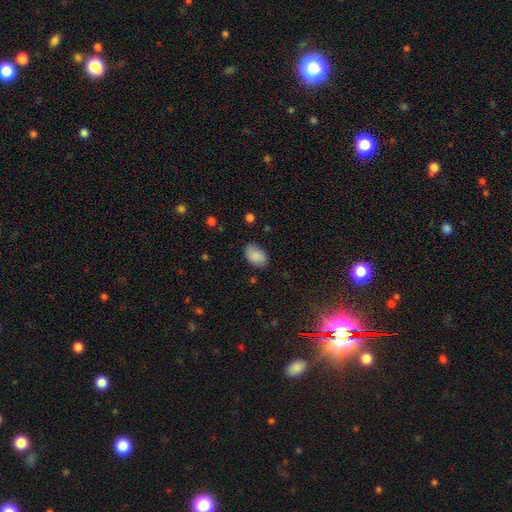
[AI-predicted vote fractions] This is clearly a smooth galaxy (85%). How rounded: clearly in between (89%). Merging: likely none (80%).